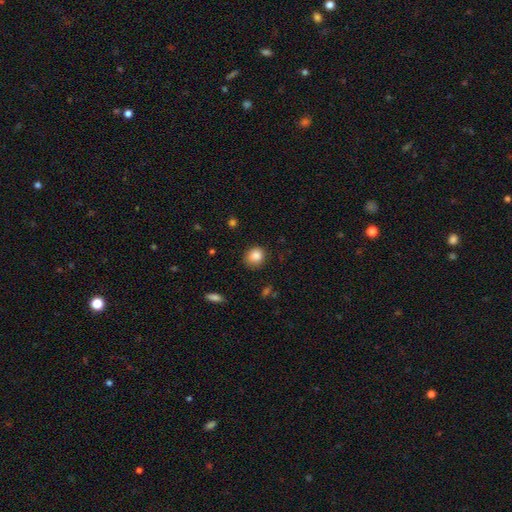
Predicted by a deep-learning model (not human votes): The model was most divided on "how rounded": round: 78%, in between: 21%, cigar-shaped: 1%. More confident: smooth or featured — smooth (86%); merging — none (82%).